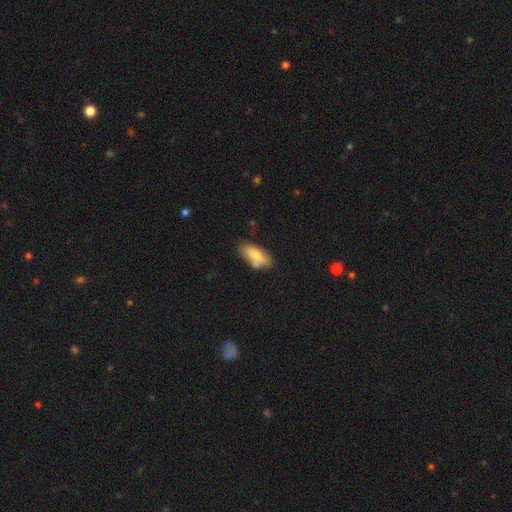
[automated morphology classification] Q: Smooth or featured?
A: smooth (74%); runner-up: featured or disk (19%)
Q: How rounded?
A: in between (82%); runner-up: cigar-shaped (16%)
Q: Merging?
A: none (60%); runner-up: minor disturbance (22%)